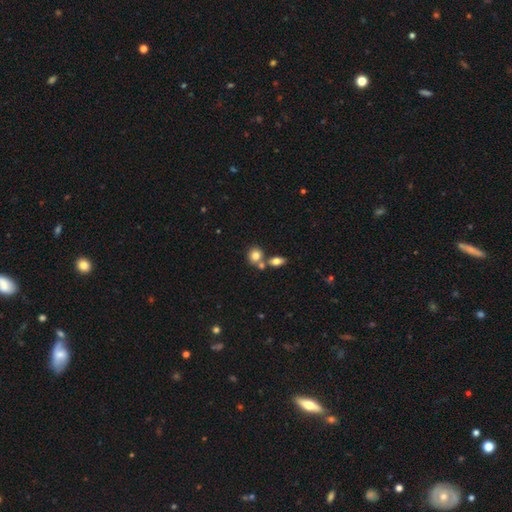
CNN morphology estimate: smooth-or-featured: smooth: 79% | featured or disk: 11% | star or artifact: 10%
  how-rounded: round: 69% | in between: 30% | cigar-shaped: 2%
  merging: none: 50% | merger: 37% | minor disturbance: 10% | major disturbance: 3%